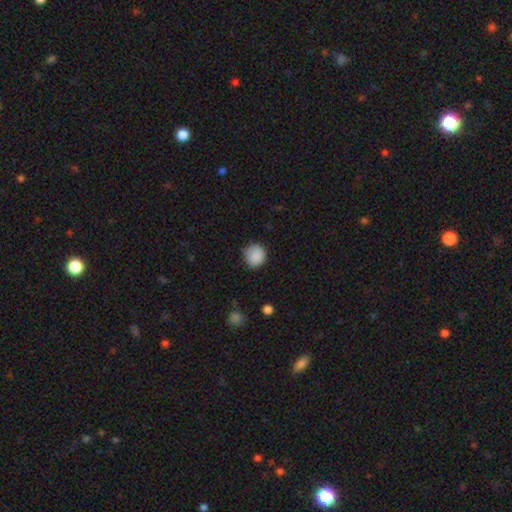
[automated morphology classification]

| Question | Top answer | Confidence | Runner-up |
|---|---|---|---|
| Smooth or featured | smooth | 88% | star or artifact (8%) |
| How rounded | round | 89% | in between (10%) |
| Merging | none | 77% | minor disturbance (18%) |